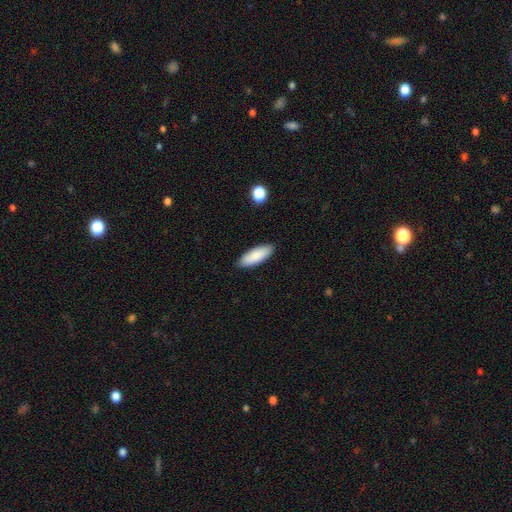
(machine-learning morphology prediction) Smooth or featured? smooth (87%)
How rounded? in between (70%)
Merging? none (88%)